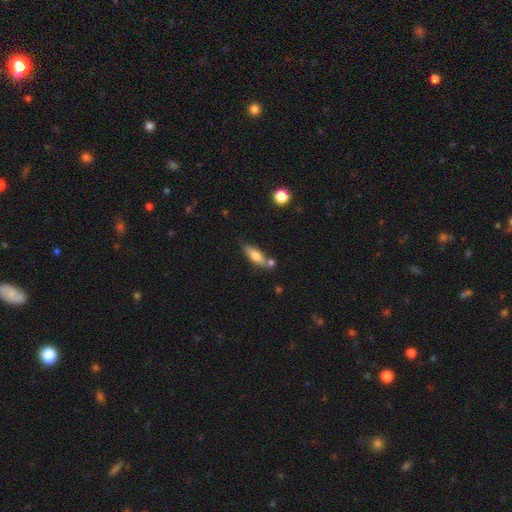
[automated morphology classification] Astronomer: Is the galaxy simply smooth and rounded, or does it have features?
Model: smooth — 69%.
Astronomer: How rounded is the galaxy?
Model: in between — 57% (runner-up: cigar-shaped, 40%).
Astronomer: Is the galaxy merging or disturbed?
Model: none — 60%.